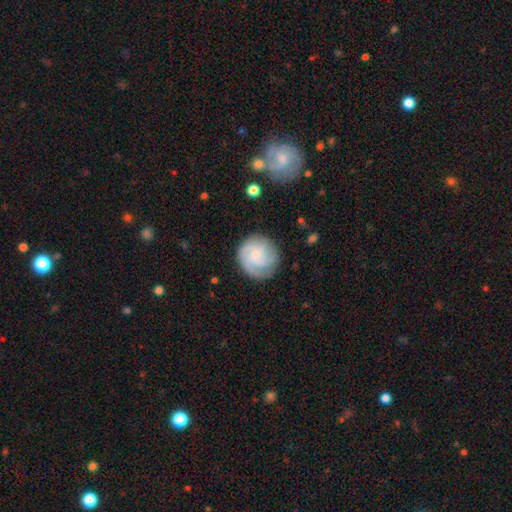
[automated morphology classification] type=featured or disk (56%); edge-on=no (98%); bar=no (73%); spiral arms=yes (92%); winding=tight (53%); arm count=3 (33%); bulge=small (59%); merging=none (78%).